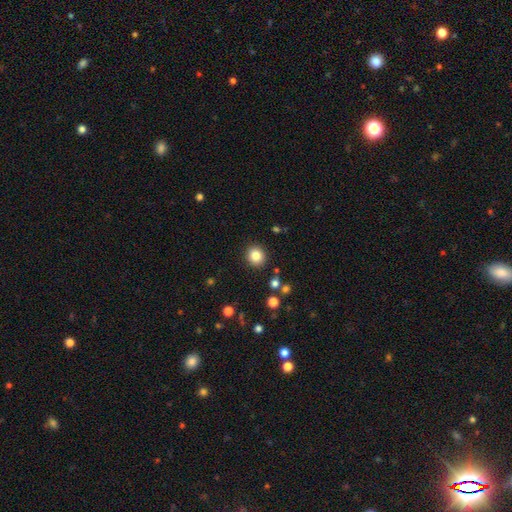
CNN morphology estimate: Smooth or featured? smooth (83%)
How rounded? round (88%)
Merging? none (90%)